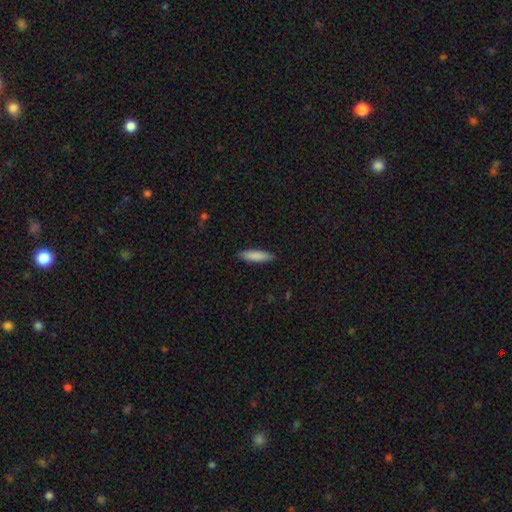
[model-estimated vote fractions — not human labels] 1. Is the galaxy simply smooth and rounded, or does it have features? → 86% smooth, 9% featured or disk, 6% star or artifact.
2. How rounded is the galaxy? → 75% cigar-shaped, 24% in between, 1% round.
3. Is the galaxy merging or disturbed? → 89% none, 8% minor disturbance, 2% major disturbance, 1% merger.